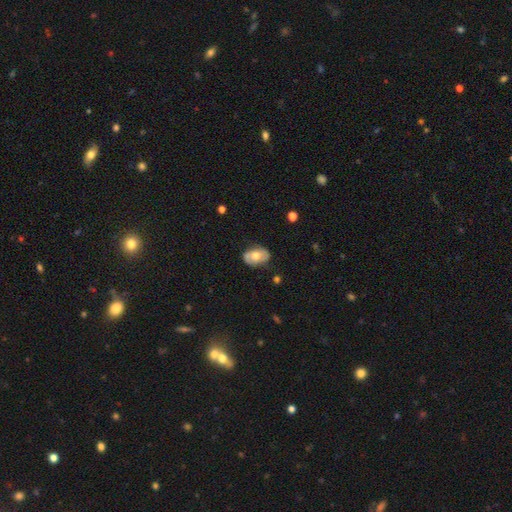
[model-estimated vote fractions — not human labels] Q: Smooth or featured?
A: smooth (57%); runner-up: featured or disk (36%)
Q: How rounded?
A: in between (85%); runner-up: round (13%)
Q: Merging?
A: none (76%); runner-up: minor disturbance (18%)